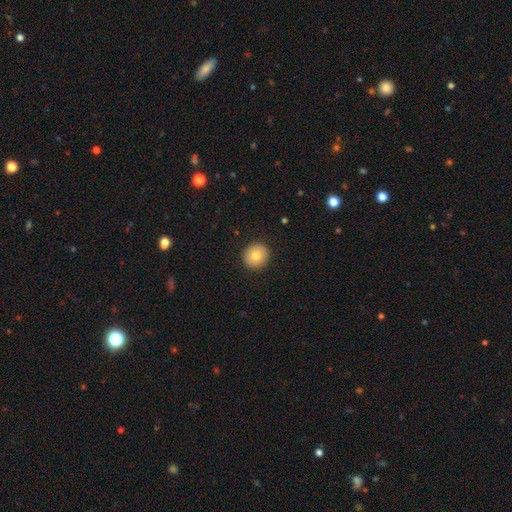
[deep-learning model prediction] Q: Smooth or featured?
A: smooth (80%); runner-up: featured or disk (12%)
Q: How rounded?
A: round (93%); runner-up: in between (6%)
Q: Merging?
A: none (92%); runner-up: minor disturbance (6%)